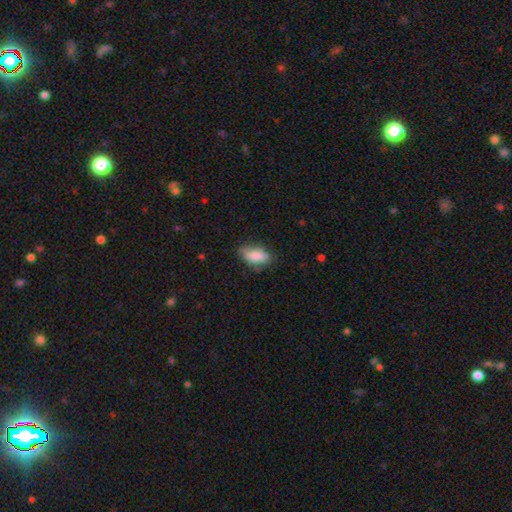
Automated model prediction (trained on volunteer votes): This is clearly a smooth galaxy (83%). How rounded: clearly in between (89%). Merging: likely none (69%).